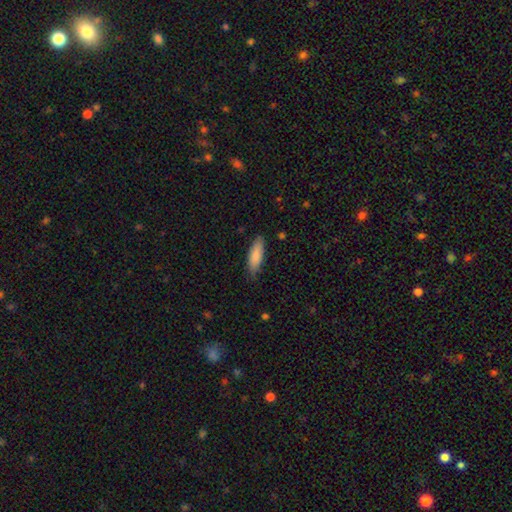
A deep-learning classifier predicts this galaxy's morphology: Q: Smooth or featured?
A: smooth (86%); runner-up: featured or disk (9%)
Q: How rounded?
A: in between (58%); runner-up: cigar-shaped (41%)
Q: Merging?
A: none (79%); runner-up: minor disturbance (17%)